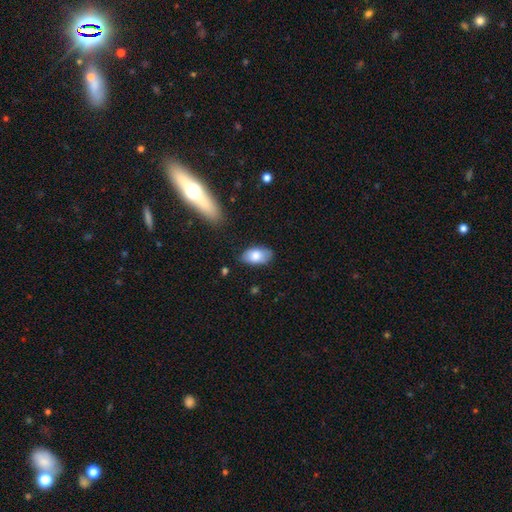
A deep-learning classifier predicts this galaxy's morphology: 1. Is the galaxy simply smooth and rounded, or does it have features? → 81% smooth, 13% featured or disk, 6% star or artifact.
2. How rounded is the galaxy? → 94% in between, 4% round, 3% cigar-shaped.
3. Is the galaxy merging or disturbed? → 76% none, 18% minor disturbance, 3% major disturbance, 2% merger.